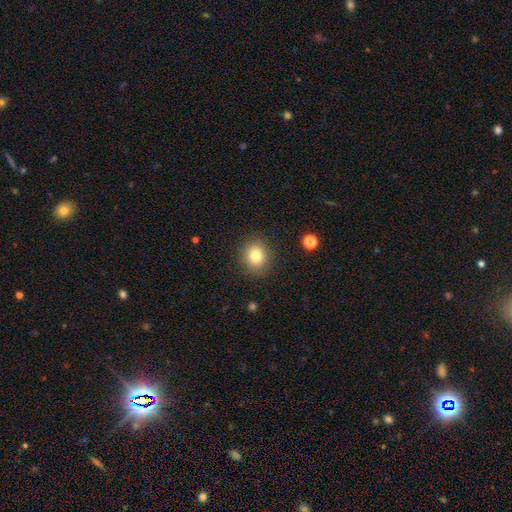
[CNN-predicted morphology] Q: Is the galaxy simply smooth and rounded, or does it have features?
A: smooth — 80%.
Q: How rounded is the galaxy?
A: round — 75%.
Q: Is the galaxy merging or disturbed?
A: none — 87%.